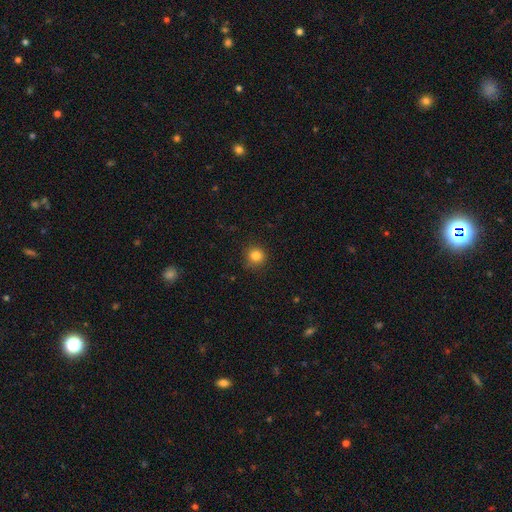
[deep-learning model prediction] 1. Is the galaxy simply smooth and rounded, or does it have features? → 84% smooth, 12% star or artifact, 5% featured or disk.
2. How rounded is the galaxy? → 90% round, 9% in between, 1% cigar-shaped.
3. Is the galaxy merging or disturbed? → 86% none, 11% minor disturbance, 3% major disturbance, 1% merger.